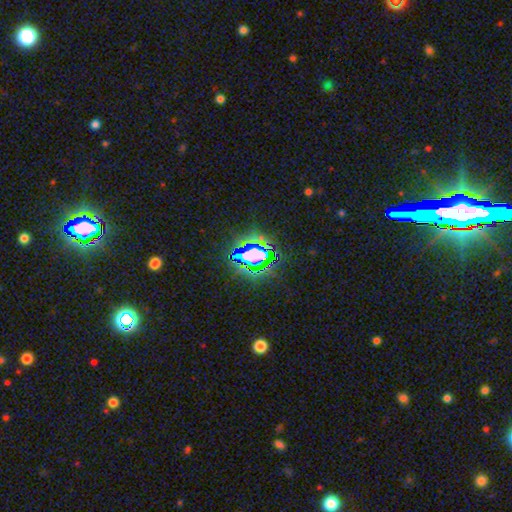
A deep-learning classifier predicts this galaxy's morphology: smooth-or-featured: star or artifact: 77% | smooth: 15% | featured or disk: 8%